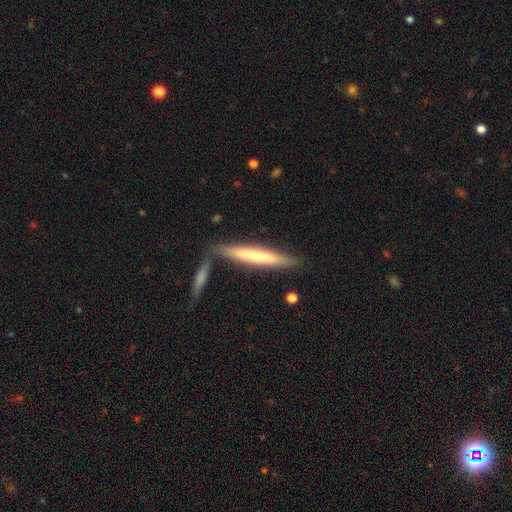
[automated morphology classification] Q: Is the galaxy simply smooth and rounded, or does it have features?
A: smooth — 60%.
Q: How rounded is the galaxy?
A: cigar-shaped — 94%.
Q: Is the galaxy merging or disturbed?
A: none — 73%.